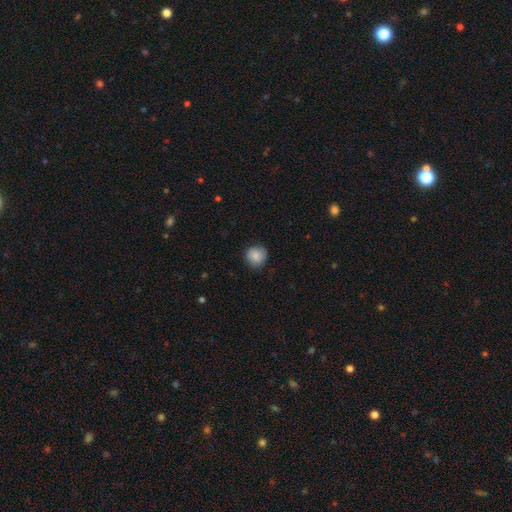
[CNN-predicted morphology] Smooth or featured: smooth — 84% (featured or disk — 8%)
How rounded: round — 91% (in between — 8%)
Merging: none — 83% (minor disturbance — 14%)